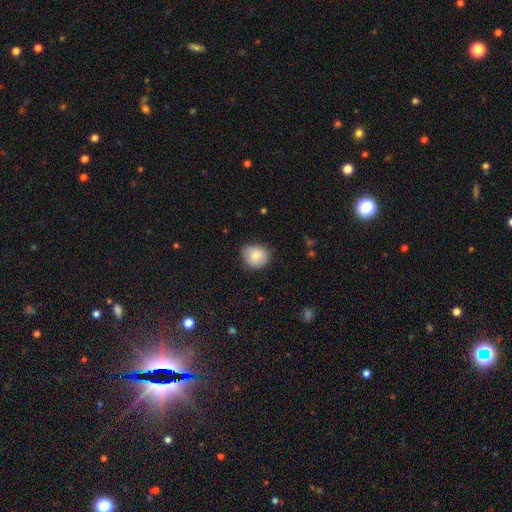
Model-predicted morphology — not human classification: smooth 82%, featured or disk 10%, star or artifact 8%. Down the decision tree: how rounded — round (72%); merging — none (76%).